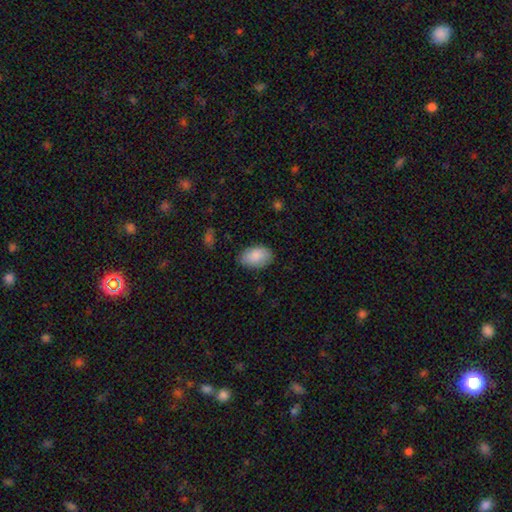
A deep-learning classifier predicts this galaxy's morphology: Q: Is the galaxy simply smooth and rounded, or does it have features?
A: smooth — 88%.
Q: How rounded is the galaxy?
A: in between — 92%.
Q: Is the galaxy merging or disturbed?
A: none — 82%.